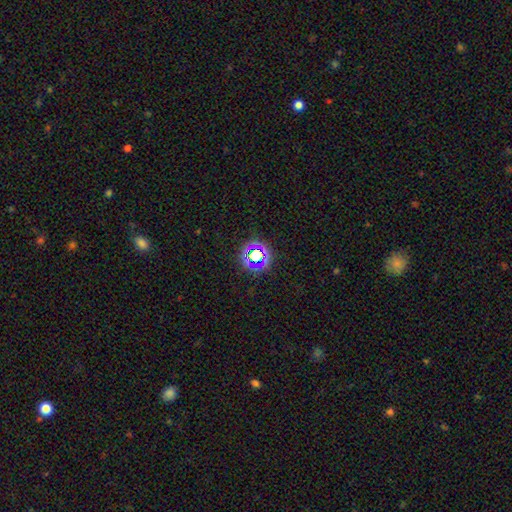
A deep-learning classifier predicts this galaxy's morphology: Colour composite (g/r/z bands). It shows a star or artifact, not a galaxy (61%).